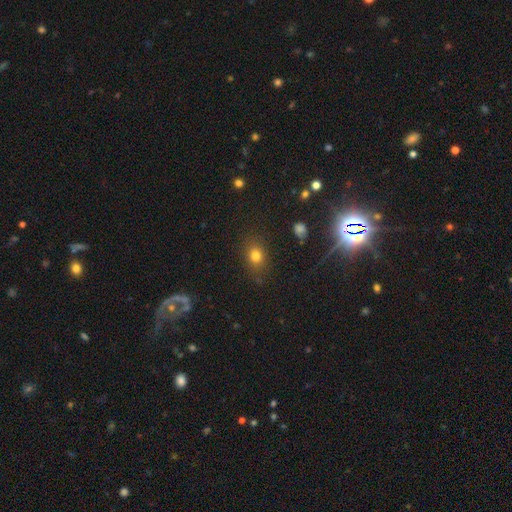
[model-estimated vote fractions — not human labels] smooth_or_featured: smooth (p=0.77) [alt: star or artifact p=0.15]
how_rounded: in between (p=0.51) [alt: round p=0.47]
merging: none (p=0.82) [alt: minor disturbance p=0.12]